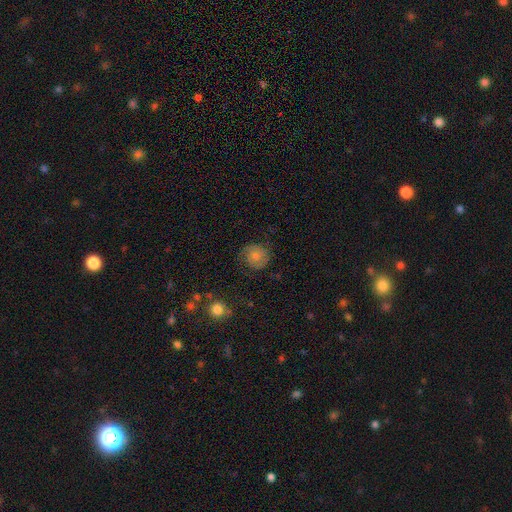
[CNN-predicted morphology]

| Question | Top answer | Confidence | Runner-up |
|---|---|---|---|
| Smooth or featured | smooth | 47% | featured or disk (43%) |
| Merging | none | 73% | minor disturbance (18%) |